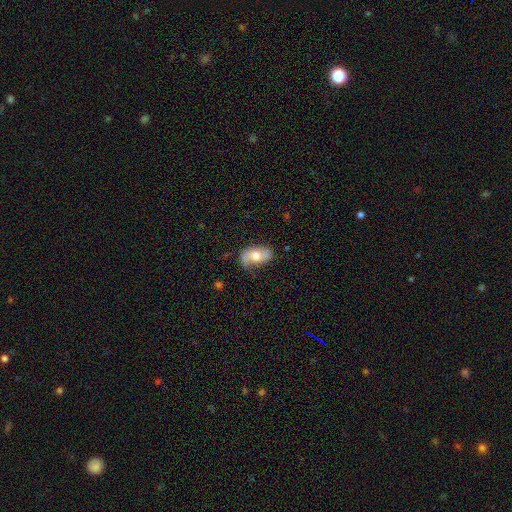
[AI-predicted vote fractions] smooth-or-featured: smooth: 49% | featured or disk: 44% | star or artifact: 7%
  merging: none: 57% | minor disturbance: 29% | major disturbance: 12% | merger: 2%